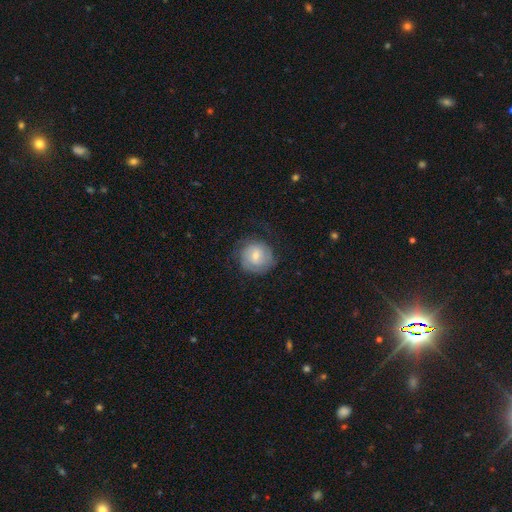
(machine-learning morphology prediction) The model was most divided on "bar": no: 52%, weak: 41%, strong: 7%. More confident: edge-on disk — no (97%); spiral arms — yes (82%); merging — none (68%); bulge size — small (53%); smooth or featured — featured or disk (53%).